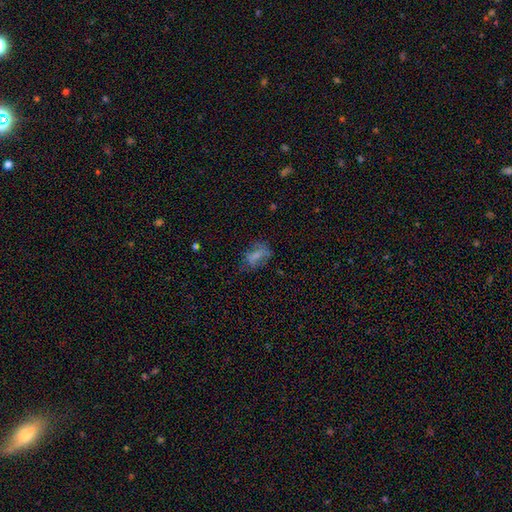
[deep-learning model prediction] Overall: smooth (59%; featured or disk 27%). How rounded: in between (78%). Merging: none (50%; minor disturbance 25%).